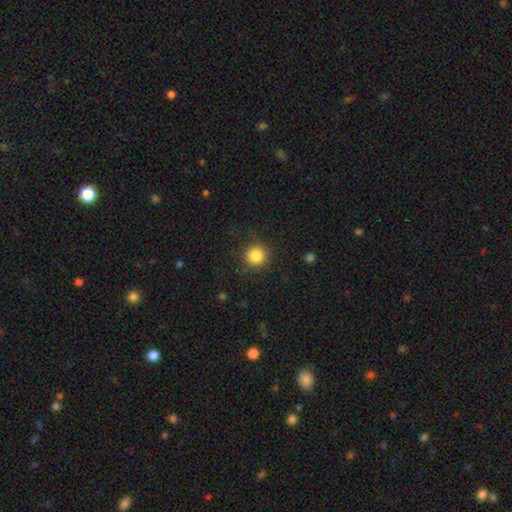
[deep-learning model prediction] This appears to be a smooth galaxy with no disk features (84%) that is round (94%). Merging: none (84%).